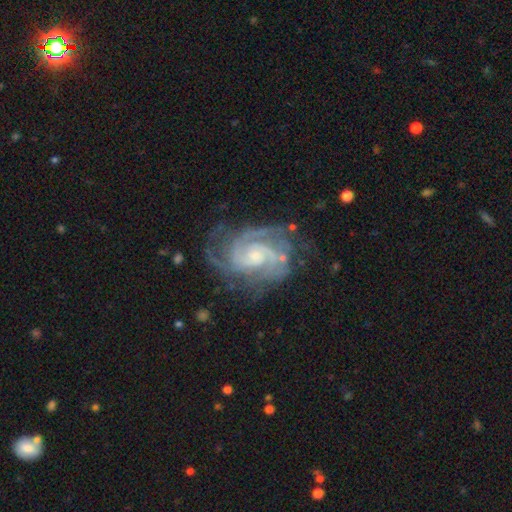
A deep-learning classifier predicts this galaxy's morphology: A featured or disk galaxy (91%) with no bar (61%), 2 (37%) tight (57%) spiral arms (98%) and a small central bulge (49%).

Vote fractions:
- Smooth or featured? featured or disk: 91% / star or artifact: 5% / smooth: 4%
- Edge-on disk? no: 98% / yes: 2%
- Bar? no: 61% / weak: 32% / strong: 7%
- Spiral arms? yes: 98% / no: 2%
- Spiral winding? tight: 57% / medium: 38% / loose: 6%
- Spiral arm count? 2: 37% / 3: 28% / can't tell: 15% / 4: 10% / more than 4: 5% / 1: 5%
- Bulge size? small: 49% / moderate: 41% / none: 5% / large: 4% / dominant: 1%
- Merging? none: 68% / minor disturbance: 20% / major disturbance: 11% / merger: 2%